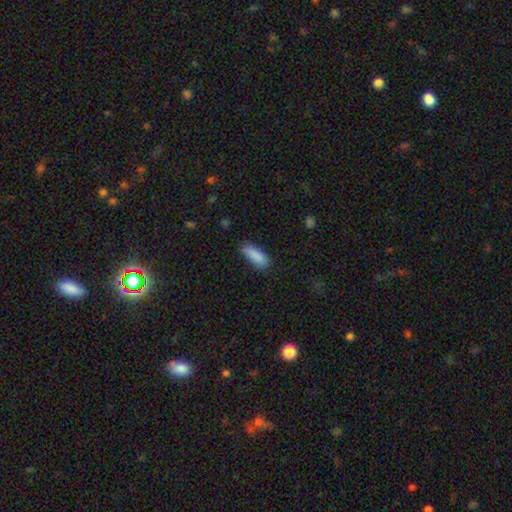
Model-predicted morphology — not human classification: smooth-or-featured: smooth: 89% | star or artifact: 7% | featured or disk: 5%
  how-rounded: in between: 65% | cigar-shaped: 33% | round: 2%
  merging: none: 80% | minor disturbance: 16% | major disturbance: 3% | merger: 1%